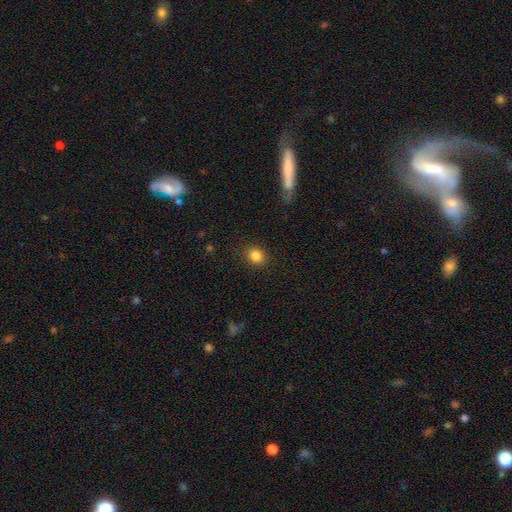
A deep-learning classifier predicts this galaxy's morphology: This is clearly a smooth galaxy (85%). How rounded: likely round (71%). Merging: clearly none (88%).